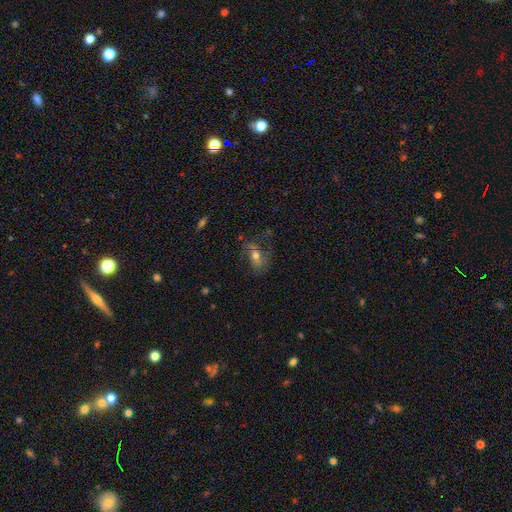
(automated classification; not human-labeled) Q: Smooth or featured?
A: smooth (43%); tied with: featured or disk (43%)
Q: Merging?
A: none (58%); runner-up: minor disturbance (22%)